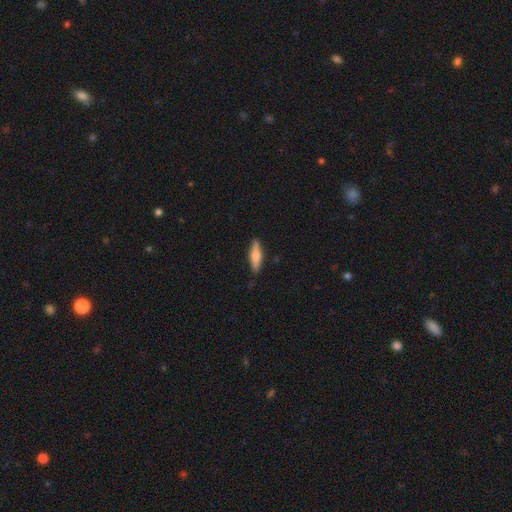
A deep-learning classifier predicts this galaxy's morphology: Q: Smooth or featured?
A: smooth (66%); runner-up: featured or disk (28%)
Q: How rounded?
A: cigar-shaped (63%); runner-up: in between (35%)
Q: Merging?
A: none (87%); runner-up: minor disturbance (10%)